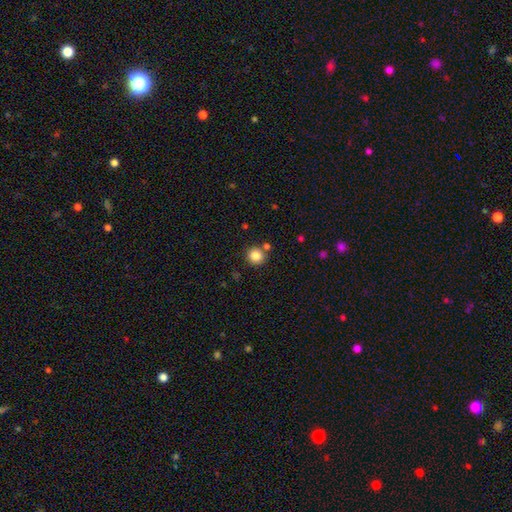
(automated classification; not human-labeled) This appears to be a smooth galaxy with no disk features (84%) that is round (92%). Merging: none (83%).